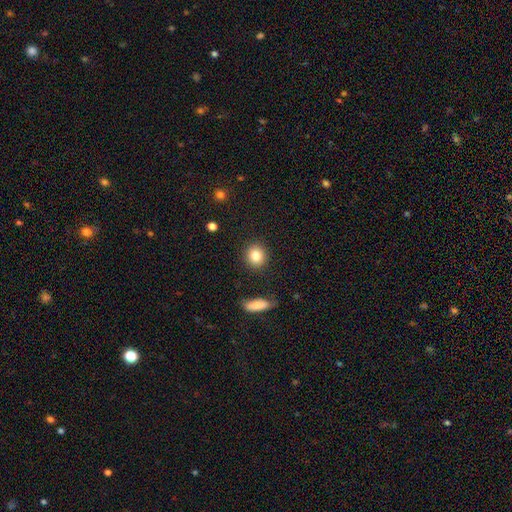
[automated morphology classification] A smooth galaxy with no disk features (84%) that is round (82%).

Vote fractions:
- Smooth or featured? smooth: 84% / star or artifact: 9% / featured or disk: 7%
- How rounded? round: 82% / in between: 16% / cigar-shaped: 1%
- Merging? none: 89% / minor disturbance: 7% / major disturbance: 2% / merger: 2%